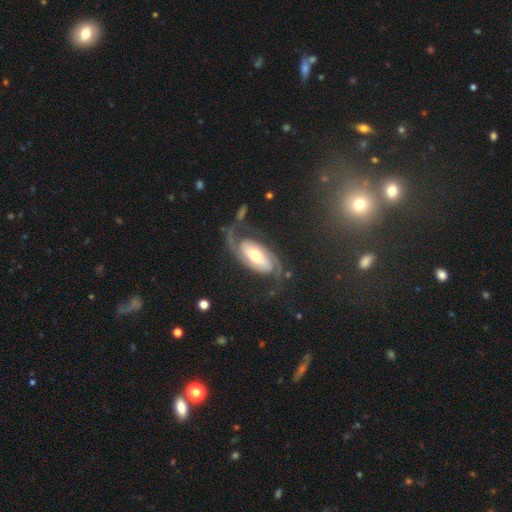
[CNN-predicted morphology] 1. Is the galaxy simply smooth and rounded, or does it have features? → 86% featured or disk, 8% smooth, 7% star or artifact.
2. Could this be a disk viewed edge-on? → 95% no, 5% yes.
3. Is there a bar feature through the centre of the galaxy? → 39% no, 35% weak, 26% strong.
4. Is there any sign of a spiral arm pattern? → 97% yes, 3% no.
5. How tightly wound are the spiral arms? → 44% medium, 29% tight, 27% loose.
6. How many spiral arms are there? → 92% 2, 3% can't tell, 2% 1, 2% 3, 1% 4, 1% more than 4.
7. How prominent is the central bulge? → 61% moderate, 19% small, 16% large, 2% dominant, 2% none.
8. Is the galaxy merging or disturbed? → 66% none, 16% major disturbance, 15% minor disturbance, 2% merger.